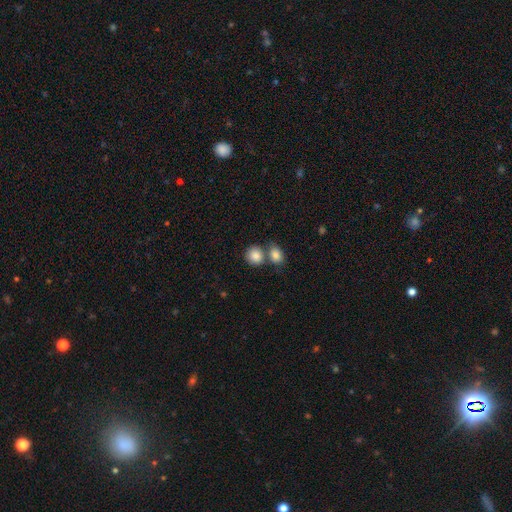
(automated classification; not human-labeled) Overall: smooth (86%). How rounded: round (75%). Merging: none (46%; merger 42%).